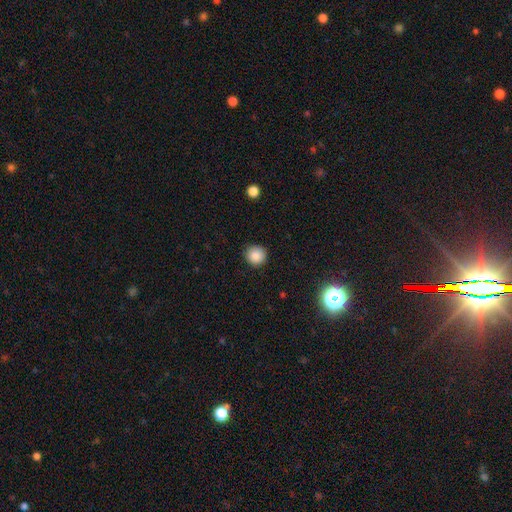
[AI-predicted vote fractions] Smooth or featured? smooth (86%)
How rounded? round (93%)
Merging? none (89%)